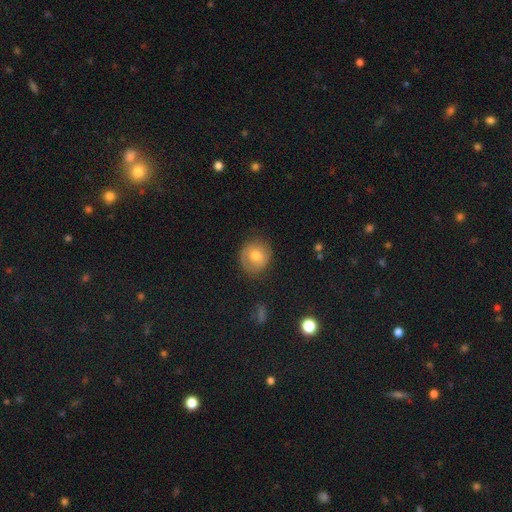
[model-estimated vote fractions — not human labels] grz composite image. It shows a smooth galaxy with no disk features (59%) that is round (84%). Merging: none (76%).